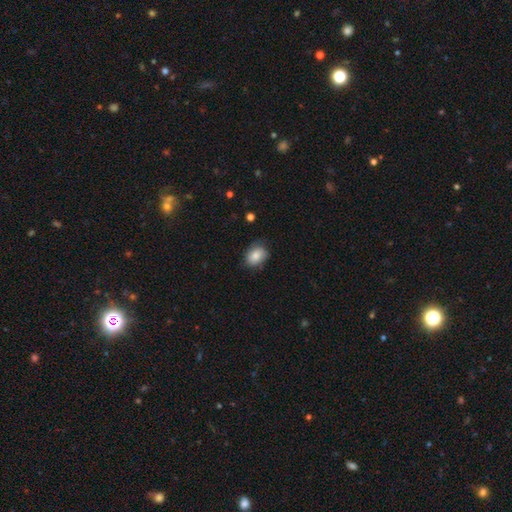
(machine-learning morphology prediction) smooth-or-featured: smooth: 81% | featured or disk: 12% | star or artifact: 8%
  how-rounded: in between: 71% | round: 28% | cigar-shaped: 1%
  merging: none: 72% | minor disturbance: 22% | major disturbance: 4% | merger: 1%